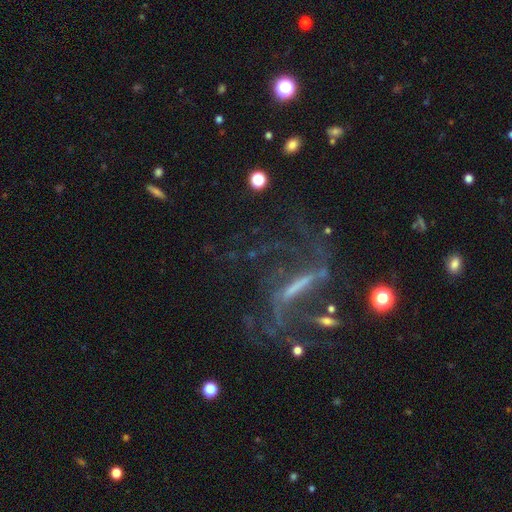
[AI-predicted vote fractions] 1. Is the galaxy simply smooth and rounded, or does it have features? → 71% featured or disk, 19% star or artifact, 10% smooth.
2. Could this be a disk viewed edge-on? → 75% no, 25% yes.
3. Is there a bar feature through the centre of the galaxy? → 58% strong, 27% weak, 16% no.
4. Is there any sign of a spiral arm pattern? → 75% yes, 25% no.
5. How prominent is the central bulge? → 40% none, 33% small, 21% moderate, 4% large, 2% dominant.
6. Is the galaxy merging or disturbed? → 50% none, 28% major disturbance, 16% minor disturbance, 5% merger.